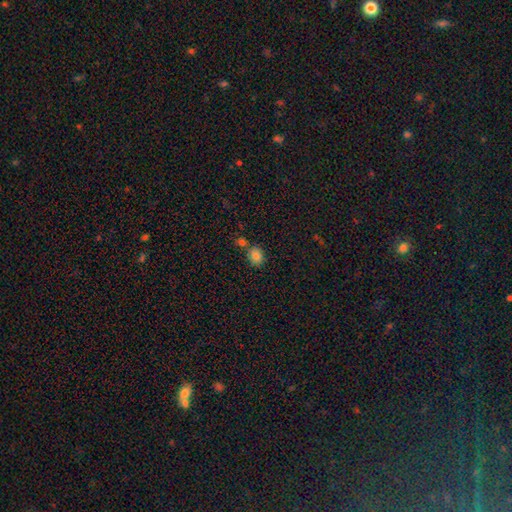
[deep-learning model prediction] Q: Smooth or featured?
A: smooth (82%); runner-up: star or artifact (12%)
Q: How rounded?
A: round (60%); runner-up: in between (39%)
Q: Merging?
A: none (67%); runner-up: merger (18%)